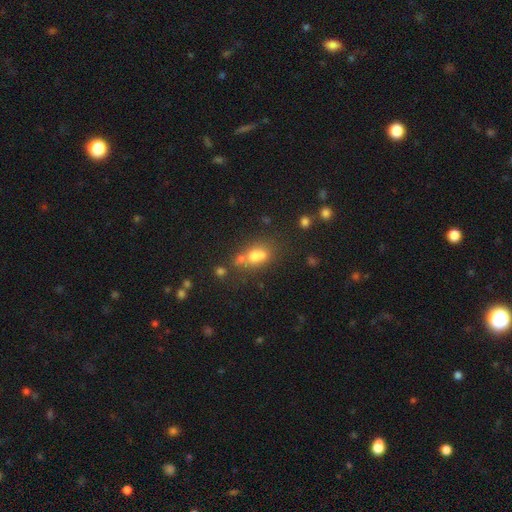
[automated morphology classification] Smooth or featured? Predicted: smooth (p=0.63). How rounded? Predicted: in between (p=0.55). Merging? Predicted: merger (p=0.49).